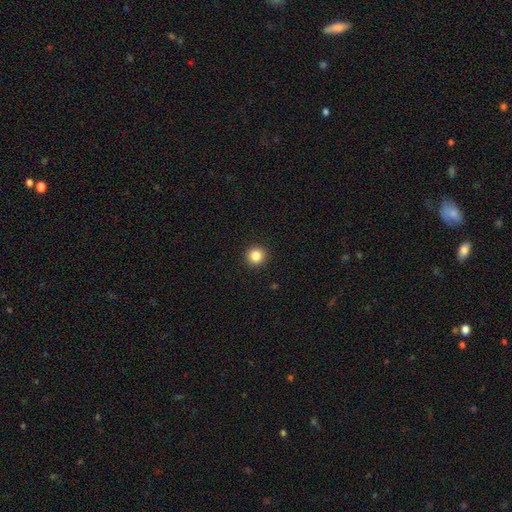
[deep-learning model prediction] smooth 84%, star or artifact 11%, featured or disk 4%. Down the decision tree: how rounded — round (95%); merging — none (94%).